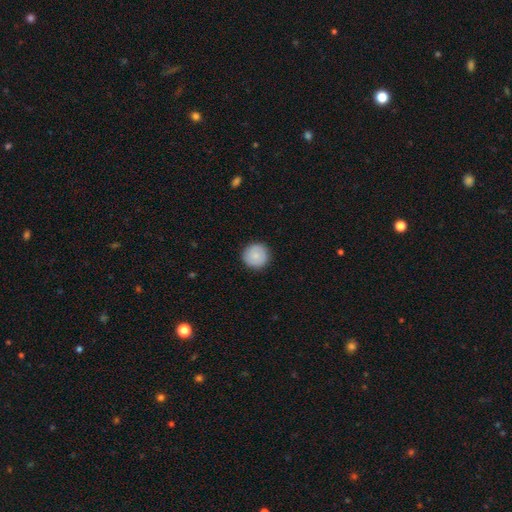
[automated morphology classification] This is clearly a smooth galaxy (81%). How rounded: clearly round (95%). Merging: clearly none (91%).